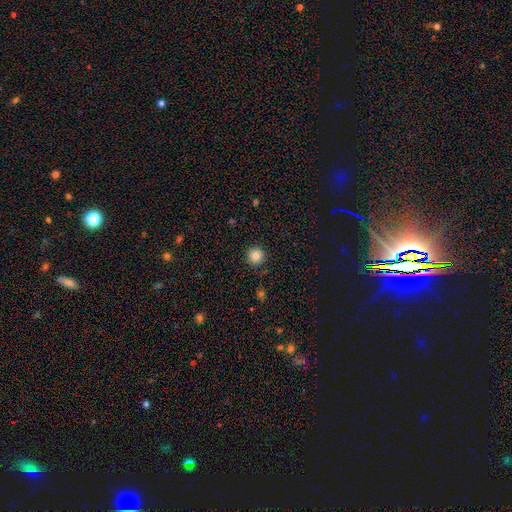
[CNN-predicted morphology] Smooth or featured?
  - smooth: 85% *
  - star or artifact: 11%
  - featured or disk: 4%
How rounded?
  - round: 95% *
  - in between: 4%
  - cigar-shaped: 1%
Merging?
  - none: 91% *
  - minor disturbance: 6%
  - major disturbance: 2%
  - merger: 1%